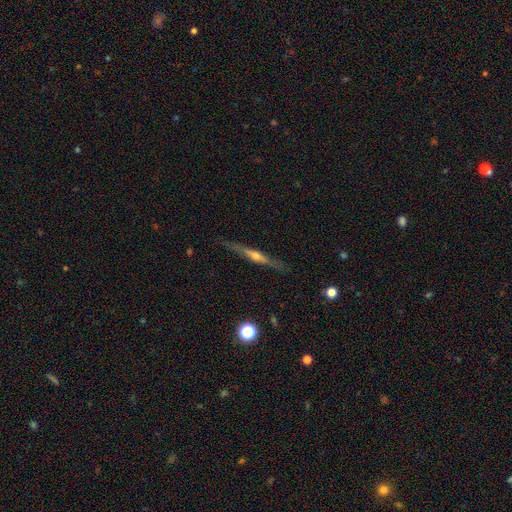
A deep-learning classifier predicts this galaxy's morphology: smooth-or-featured: featured or disk: 76% | smooth: 18% | star or artifact: 7%
  disk-edge-on: yes: 97% | no: 3%
    edge-on-bulge: rounded: 84% | none: 11% | boxy: 5%
  merging: none: 87% | minor disturbance: 9% | major disturbance: 2% | merger: 1%